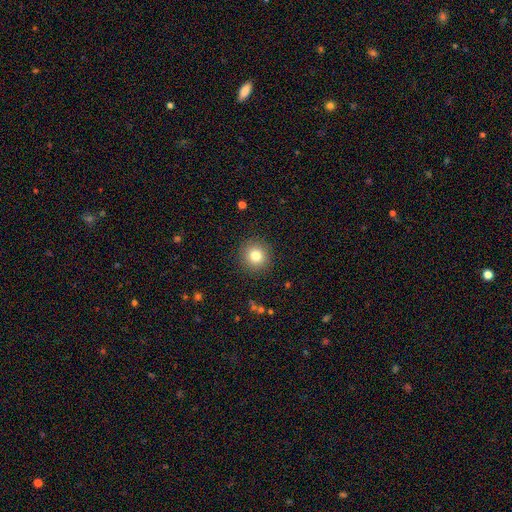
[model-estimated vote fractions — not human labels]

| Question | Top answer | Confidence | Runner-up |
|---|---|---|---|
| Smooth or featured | smooth | 81% | star or artifact (11%) |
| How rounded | round | 94% | in between (5%) |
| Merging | none | 90% | minor disturbance (6%) |